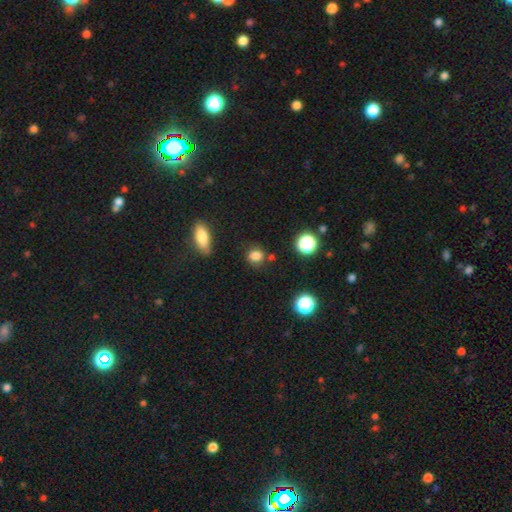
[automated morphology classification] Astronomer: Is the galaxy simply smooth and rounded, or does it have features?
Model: smooth — 80%.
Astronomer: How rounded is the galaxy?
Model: round — 67%.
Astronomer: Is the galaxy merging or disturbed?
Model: none — 74%.